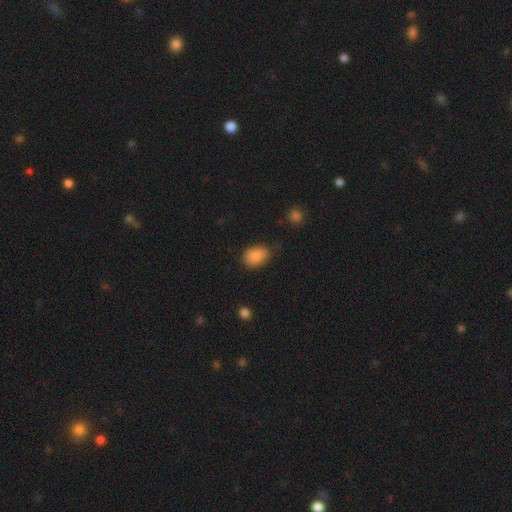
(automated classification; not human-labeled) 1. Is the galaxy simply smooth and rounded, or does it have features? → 87% smooth, 8% star or artifact, 5% featured or disk.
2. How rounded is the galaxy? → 77% in between, 22% round, 1% cigar-shaped.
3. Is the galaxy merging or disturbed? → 70% none, 23% minor disturbance, 5% major disturbance, 2% merger.